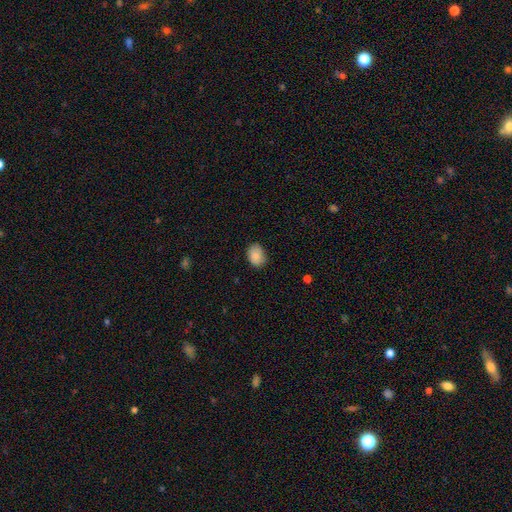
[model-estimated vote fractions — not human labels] smooth 86%, star or artifact 8%, featured or disk 6%. Down the decision tree: how rounded — in between (69%); merging — none (82%).